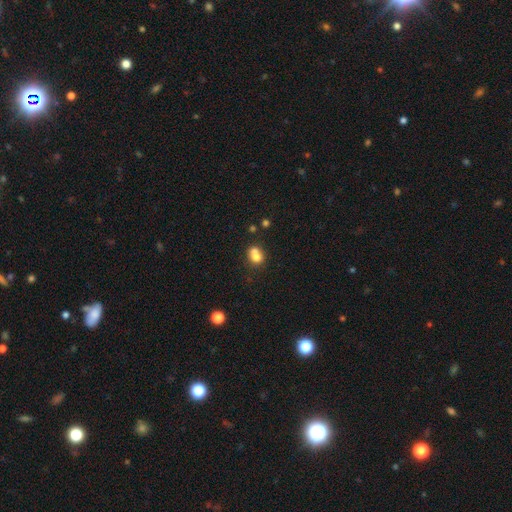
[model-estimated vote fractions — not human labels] smooth-or-featured: smooth: 72% | featured or disk: 17% | star or artifact: 11%
  how-rounded: round: 66% | in between: 33% | cigar-shaped: 1%
  merging: merger: 54% | none: 32% | minor disturbance: 10% | major disturbance: 5%